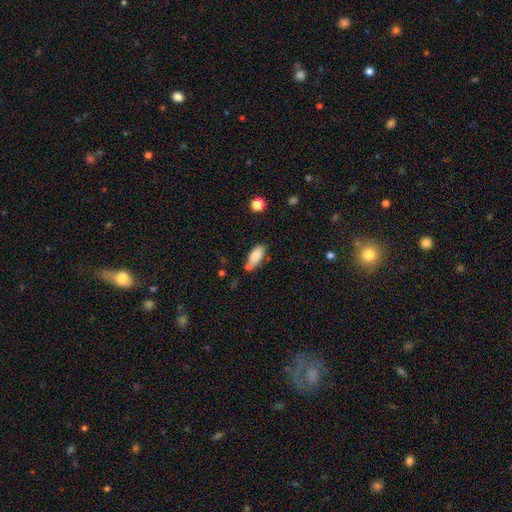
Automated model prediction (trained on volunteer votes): This appears to be a smooth galaxy with no disk features (83%) that is in between round and cigar-shaped (87%). Merging: none (54%).